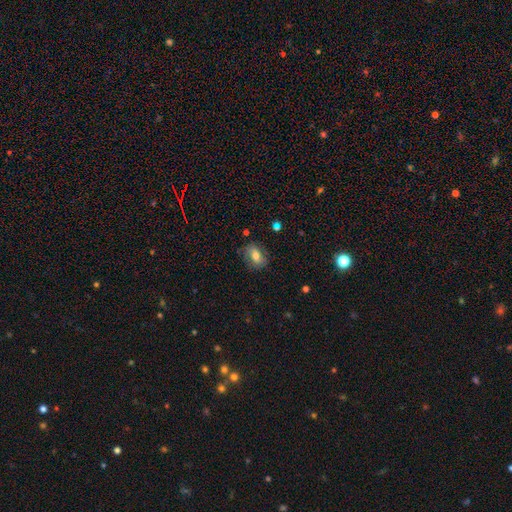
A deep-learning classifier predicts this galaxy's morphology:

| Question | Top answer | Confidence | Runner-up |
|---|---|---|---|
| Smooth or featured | smooth | 61% | featured or disk (29%) |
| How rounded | in between | 67% | round (31%) |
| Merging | none | 74% | minor disturbance (18%) |